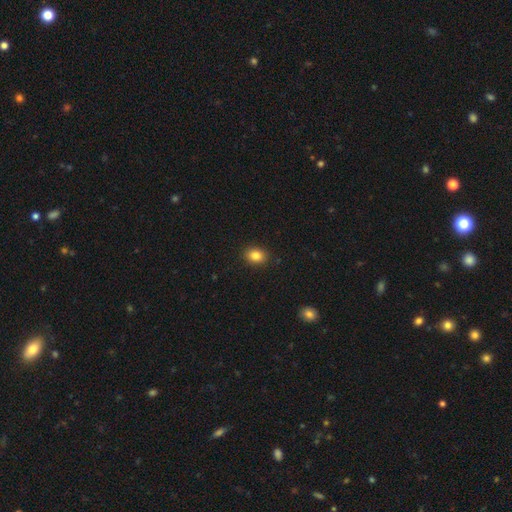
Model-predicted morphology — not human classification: smooth 84%, star or artifact 10%, featured or disk 6%. Down the decision tree: how rounded — in between (58%); merging — none (90%).